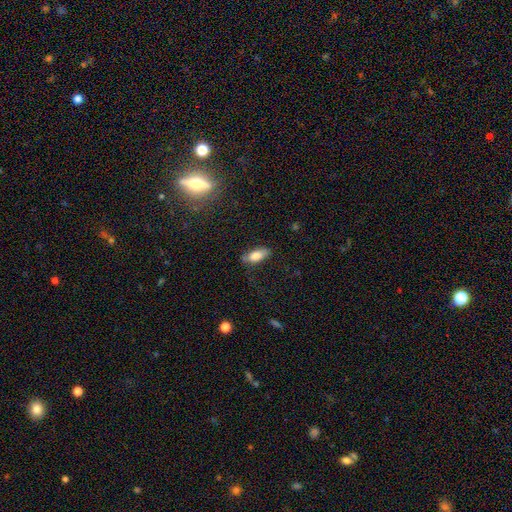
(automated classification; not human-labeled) A smooth galaxy with no disk features (79%) that is in between round and cigar-shaped (84%).

Vote fractions:
- Smooth or featured? smooth: 79% / featured or disk: 13% / star or artifact: 7%
- How rounded? in between: 84% / cigar-shaped: 13% / round: 3%
- Merging? none: 73% / minor disturbance: 20% / major disturbance: 5% / merger: 2%